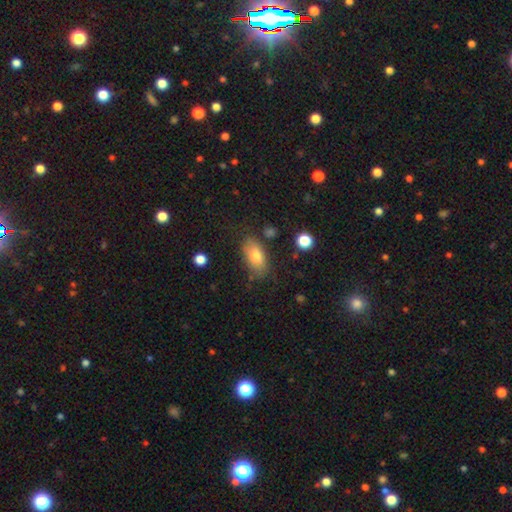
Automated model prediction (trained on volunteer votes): Smooth or featured? Predicted: smooth (p=0.77). How rounded? Predicted: in between (p=0.90). Merging? Predicted: none (p=0.74).